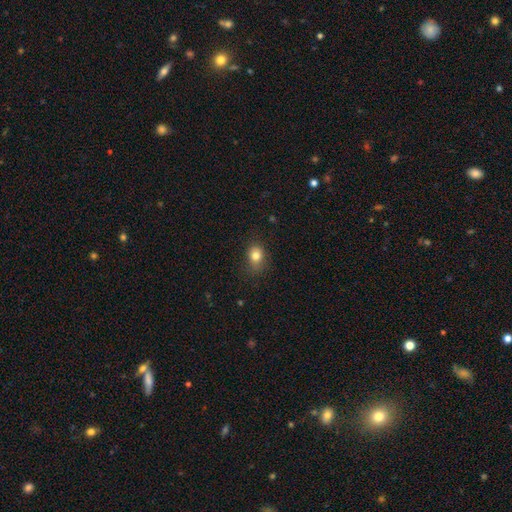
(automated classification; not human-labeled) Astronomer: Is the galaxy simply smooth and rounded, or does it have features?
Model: smooth — 81%.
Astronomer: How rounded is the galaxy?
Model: in between — 55% (runner-up: round, 44%).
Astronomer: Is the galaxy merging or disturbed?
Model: none — 76%.